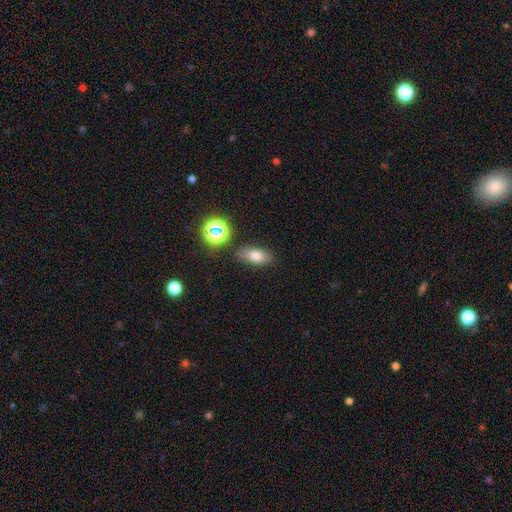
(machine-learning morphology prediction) smooth 73%, star or artifact 14%, featured or disk 13%. Down the decision tree: how rounded — in between (80%); merging — none (82%).